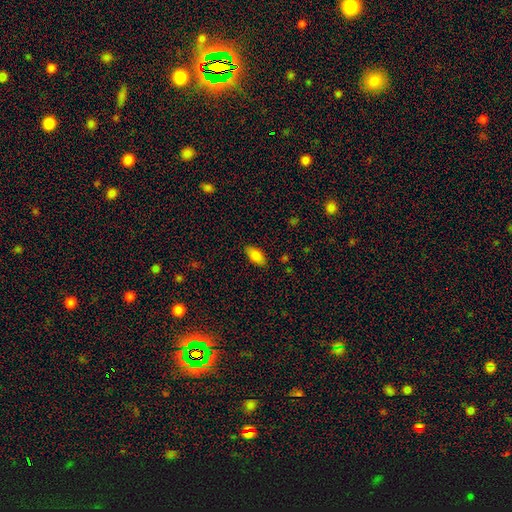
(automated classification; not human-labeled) Overall: smooth (86%). How rounded: in between (90%). Merging: none (86%).